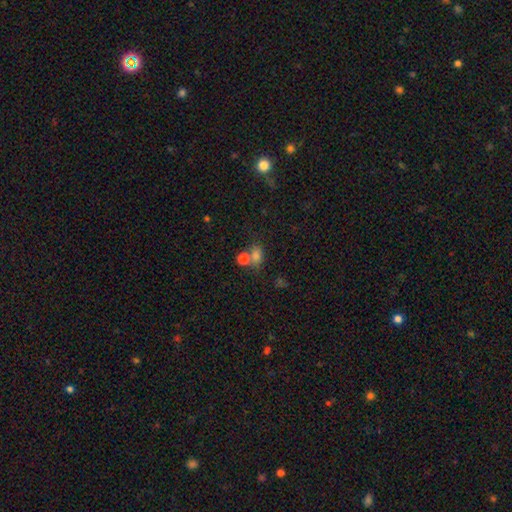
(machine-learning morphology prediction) Overall: smooth (76%). How rounded: in between (60%; round 38%). Merging: none (49%; merger 32%).